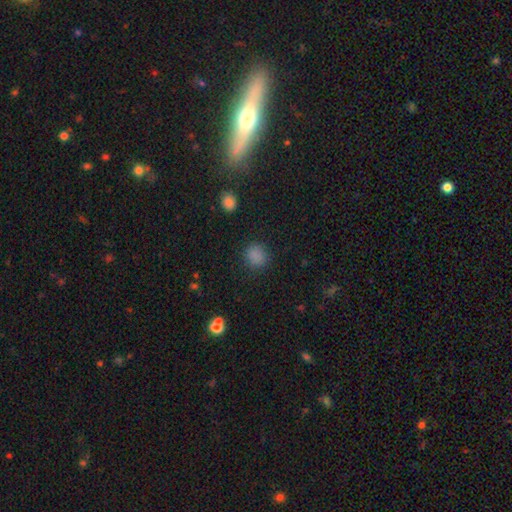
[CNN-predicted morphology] Smooth or featured?
  - smooth: 83% *
  - star or artifact: 13%
  - featured or disk: 3%
How rounded?
  - round: 79% *
  - in between: 20%
  - cigar-shaped: 1%
Merging?
  - none: 87% *
  - minor disturbance: 8%
  - major disturbance: 3%
  - merger: 1%